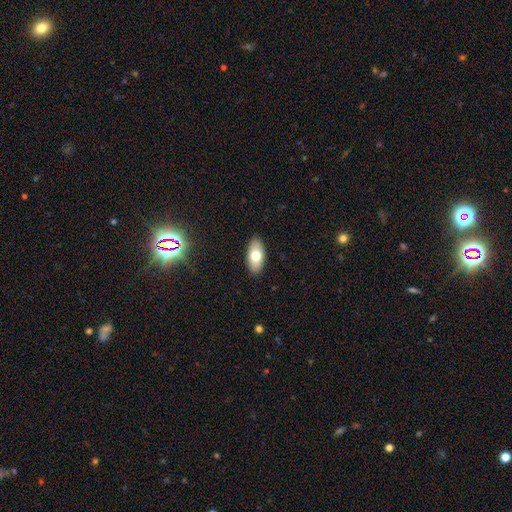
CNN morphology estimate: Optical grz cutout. It shows a smooth galaxy with no disk features (73%) that is in between round and cigar-shaped (93%). Merging: none (89%).